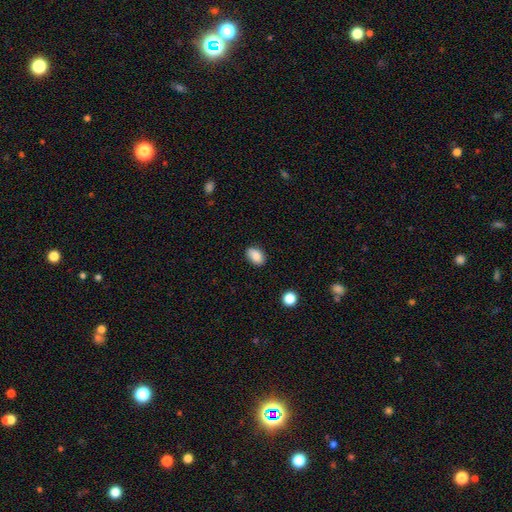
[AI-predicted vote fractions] This is clearly a smooth galaxy (86%). How rounded: clearly in between (86%). Merging: clearly none (84%).